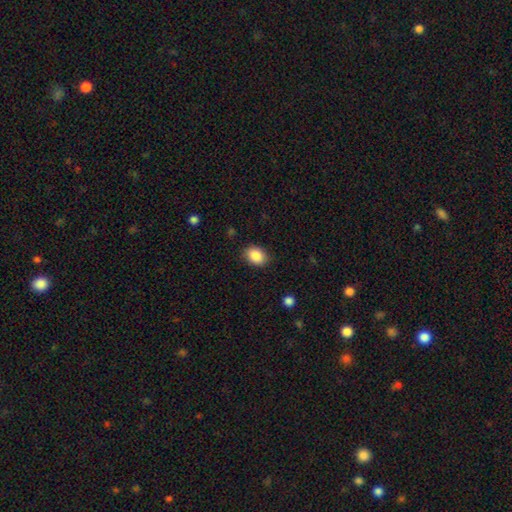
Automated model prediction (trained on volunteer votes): This appears to be a smooth galaxy with no disk features (88%) that is in between round and cigar-shaped (62%). Merging: none (86%).